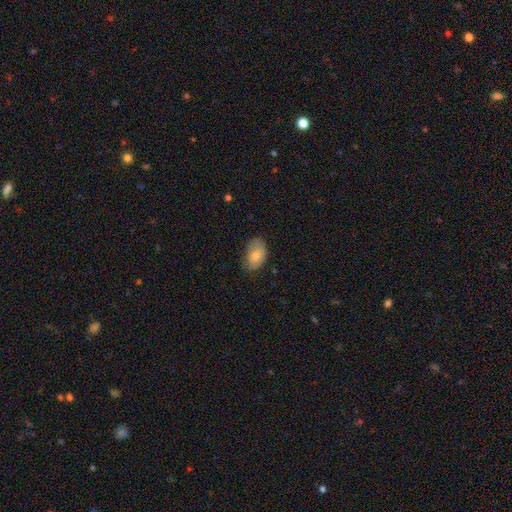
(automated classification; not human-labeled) Smooth or featured? smooth (73%)
How rounded? in between (89%)
Merging? none (65%)